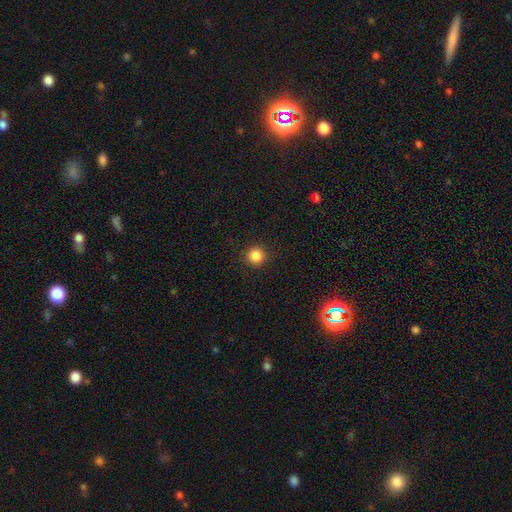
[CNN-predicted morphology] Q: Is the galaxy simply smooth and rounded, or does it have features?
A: smooth — 86%.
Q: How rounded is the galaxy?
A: round — 95%.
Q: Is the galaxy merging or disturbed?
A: none — 92%.